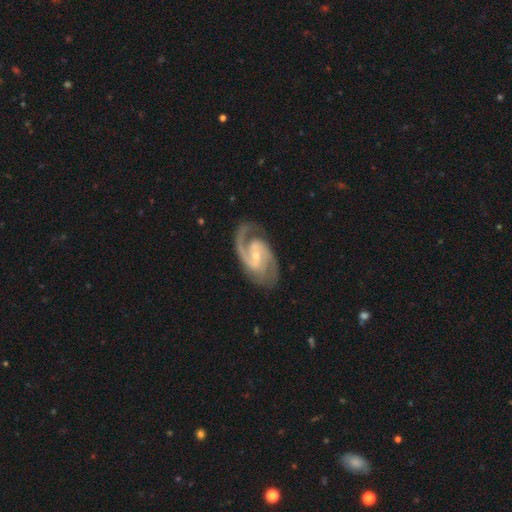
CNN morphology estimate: Smooth or featured?
  - featured or disk: 92% *
  - star or artifact: 4%
  - smooth: 4%
Edge-on disk?
  - no: 97% *
  - yes: 3%
Bar?
  - weak: 45% *
  - no: 38%
  - strong: 17%
Spiral arms?
  - yes: 98% *
  - no: 2%
Spiral winding?
  - medium: 58% *
  - tight: 31%
  - loose: 12%
Spiral arm count?
  - 2: 85% *
  - 3: 6%
  - can't tell: 3%
  - 1: 3%
  - 4: 1%
  - more than 4: 1%
Bulge size?
  - small: 68% *
  - moderate: 28%
  - none: 2%
  - large: 1%
  - dominant: 1%
Merging?
  - none: 77% *
  - minor disturbance: 15%
  - major disturbance: 6%
  - merger: 2%